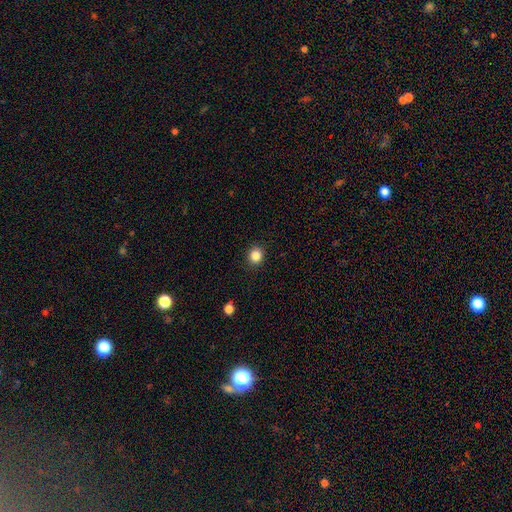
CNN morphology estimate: A smooth galaxy with no disk features (85%) that is round (85%).

Vote fractions:
- Smooth or featured? smooth: 85% / star or artifact: 11% / featured or disk: 4%
- How rounded? round: 85% / in between: 15% / cigar-shaped: 1%
- Merging? none: 91% / minor disturbance: 6% / major disturbance: 2% / merger: 1%